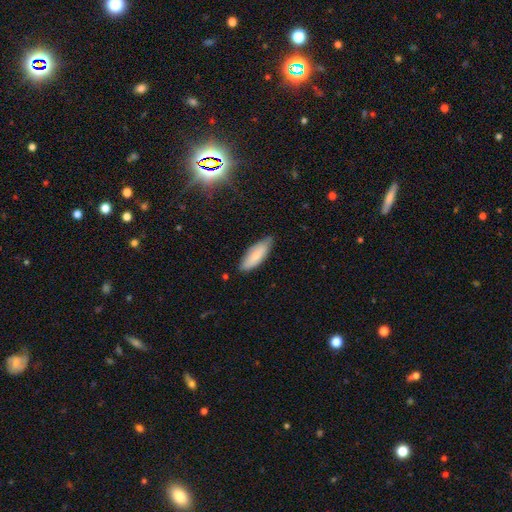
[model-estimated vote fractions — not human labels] A smooth galaxy with no disk features (82%) that is in between round and cigar-shaped (63%).

Vote fractions:
- Smooth or featured? smooth: 82% / featured or disk: 13% / star or artifact: 6%
- How rounded? in between: 63% / cigar-shaped: 35% / round: 1%
- Merging? none: 75% / minor disturbance: 21% / major disturbance: 3% / merger: 2%